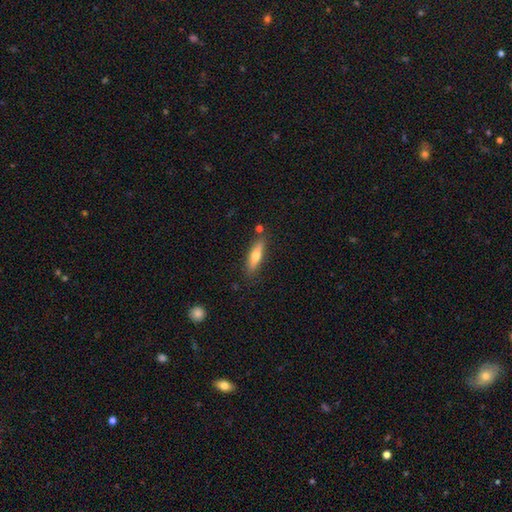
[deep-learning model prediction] This appears to be a smooth galaxy with no disk features (60%) that is cigar-shaped (67%). Merging: none (80%).